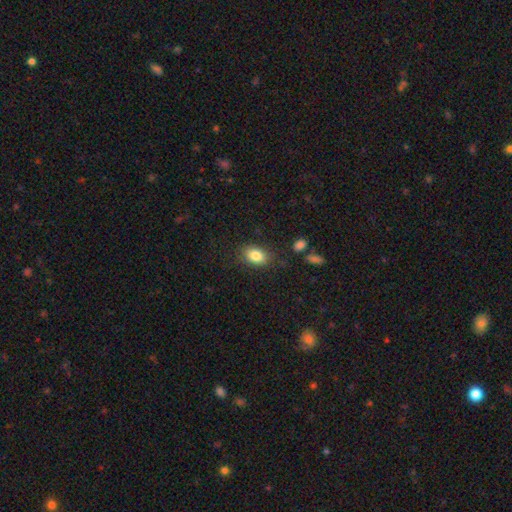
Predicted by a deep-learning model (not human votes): Smooth or featured: smooth — 84% (star or artifact — 9%)
How rounded: in between — 82% (round — 17%)
Merging: none — 82% (minor disturbance — 12%)